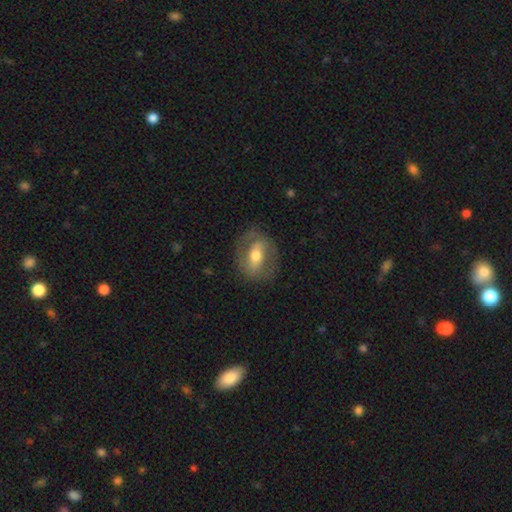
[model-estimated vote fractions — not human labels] smooth-or-featured: featured or disk: 61% | smooth: 33% | star or artifact: 6%
  disk-edge-on: no: 87% | yes: 13%
    bar: strong: 48% | weak: 30% | no: 22%
    has-spiral-arms: no: 56% | yes: 44%
    bulge-size: moderate: 70% | small: 16% | large: 12% | dominant: 1% | none: 1%
  merging: none: 75% | minor disturbance: 15% | major disturbance: 8% | merger: 1%